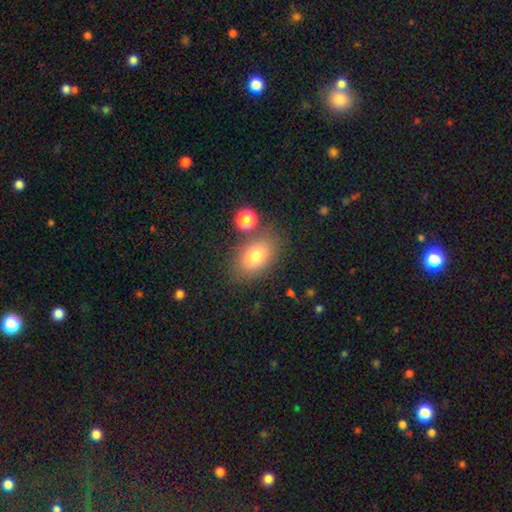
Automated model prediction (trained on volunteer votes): The model was most divided on "merging": none: 74%, minor disturbance: 14%, merger: 7%, major disturbance: 5%. More confident: how rounded — in between (86%); smooth or featured — smooth (78%).